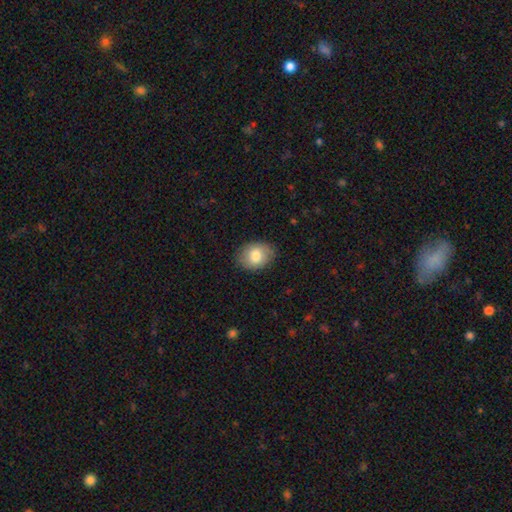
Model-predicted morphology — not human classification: smooth_or_featured: smooth (p=0.79) [alt: featured or disk p=0.13]
how_rounded: in between (p=0.68) [alt: round p=0.31]
merging: none (p=0.84) [alt: minor disturbance p=0.13]